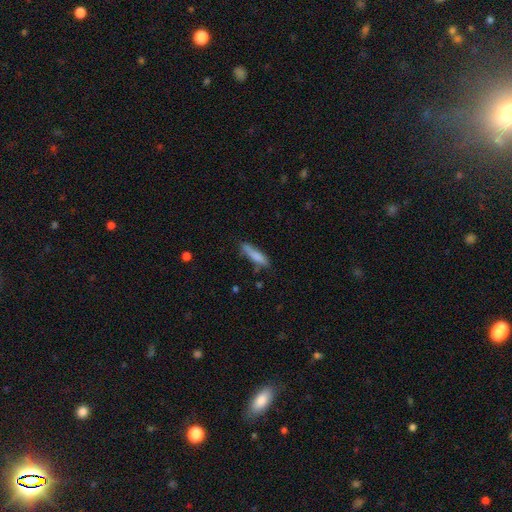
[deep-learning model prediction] Overall: smooth (79%). How rounded: cigar-shaped (75%). Merging: none (63%; minor disturbance 26%).